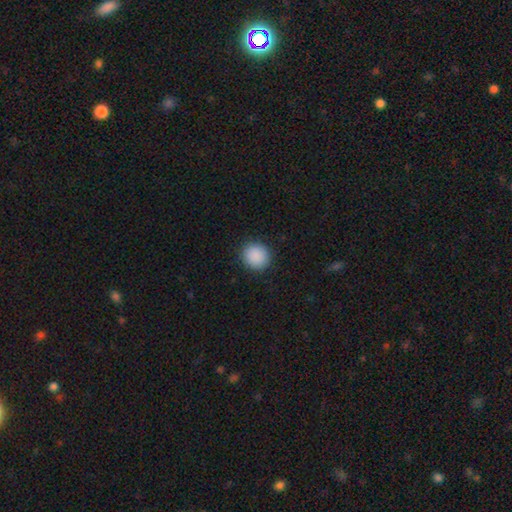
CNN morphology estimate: Overall: smooth (90%). How rounded: round (90%). Merging: none (92%).